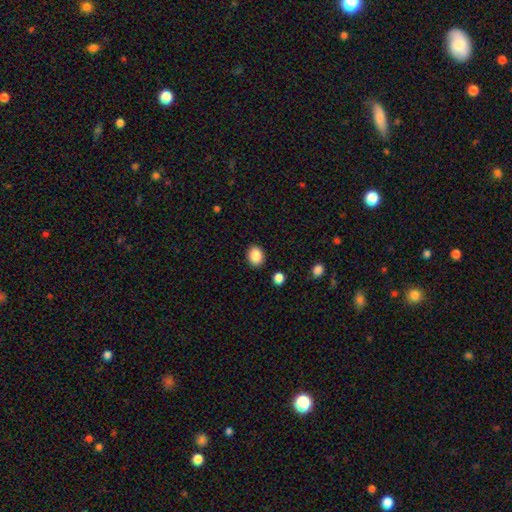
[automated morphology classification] A smooth galaxy with no disk features (88%) that is in between round and cigar-shaped (54%).

Vote fractions:
- Smooth or featured? smooth: 88% / star or artifact: 8% / featured or disk: 4%
- How rounded? in between: 54% / round: 45% / cigar-shaped: 1%
- Merging? none: 87% / minor disturbance: 8% / major disturbance: 2% / merger: 2%